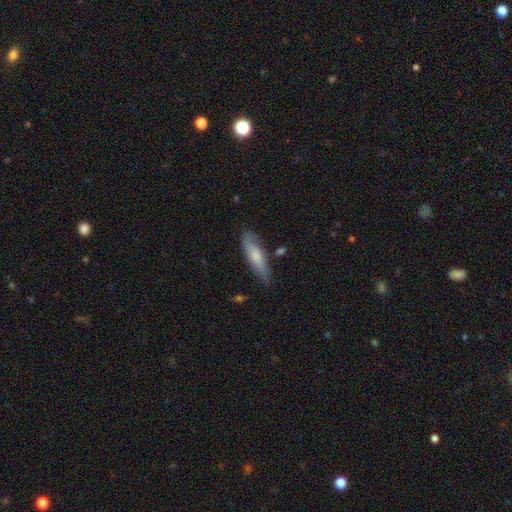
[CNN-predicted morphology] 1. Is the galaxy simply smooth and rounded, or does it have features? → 66% smooth, 29% featured or disk, 6% star or artifact.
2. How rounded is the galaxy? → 64% cigar-shaped, 34% in between, 2% round.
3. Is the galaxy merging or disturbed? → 74% none, 19% minor disturbance, 3% major disturbance, 3% merger.